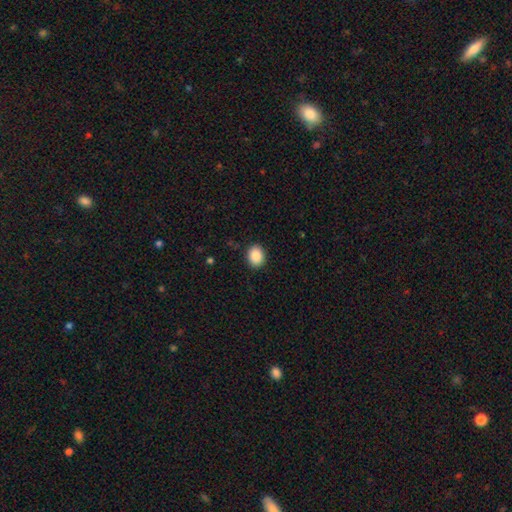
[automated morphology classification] Smooth or featured? smooth (89%)
How rounded? round (53%)
Merging? none (90%)